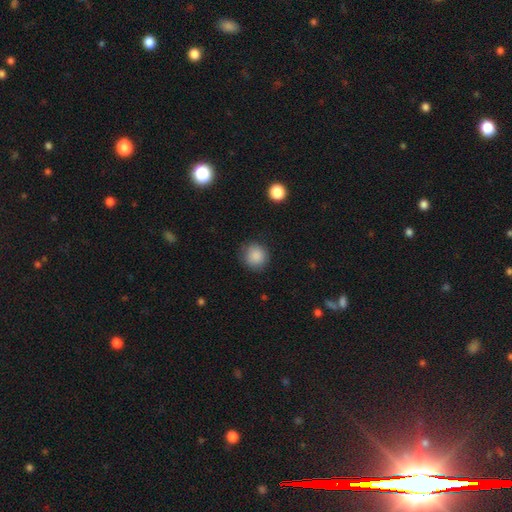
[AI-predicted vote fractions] Smooth or featured: smooth — 88% (star or artifact — 9%)
How rounded: round — 89% (in between — 10%)
Merging: none — 84% (minor disturbance — 12%)